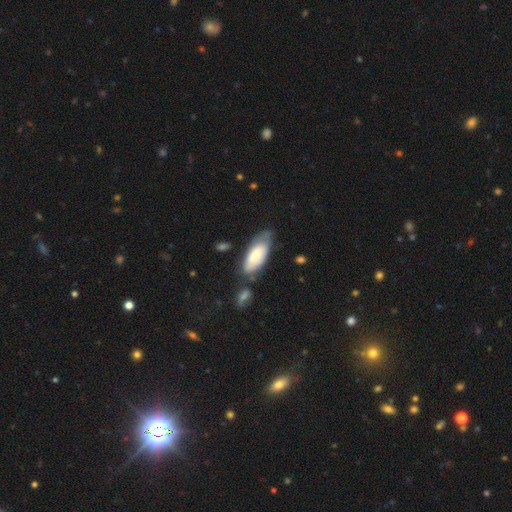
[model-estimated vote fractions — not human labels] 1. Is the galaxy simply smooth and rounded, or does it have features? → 60% smooth, 34% featured or disk, 6% star or artifact.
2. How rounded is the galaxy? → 84% in between, 14% cigar-shaped, 2% round.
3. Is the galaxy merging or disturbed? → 57% none, 26% minor disturbance, 9% merger, 8% major disturbance.